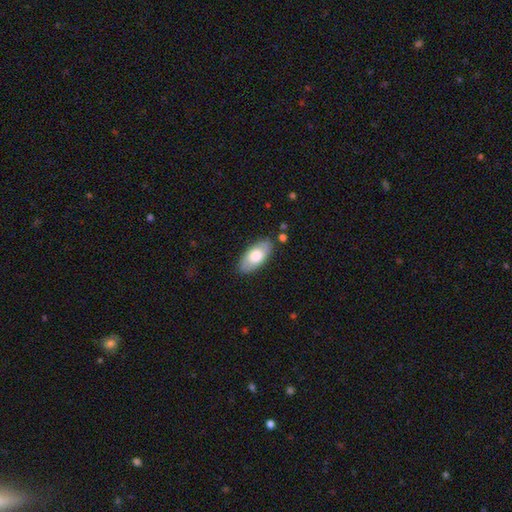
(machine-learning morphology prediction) Smooth or featured: smooth — 68% (featured or disk — 26%)
How rounded: in between — 92% (cigar-shaped — 6%)
Merging: none — 84% (minor disturbance — 12%)